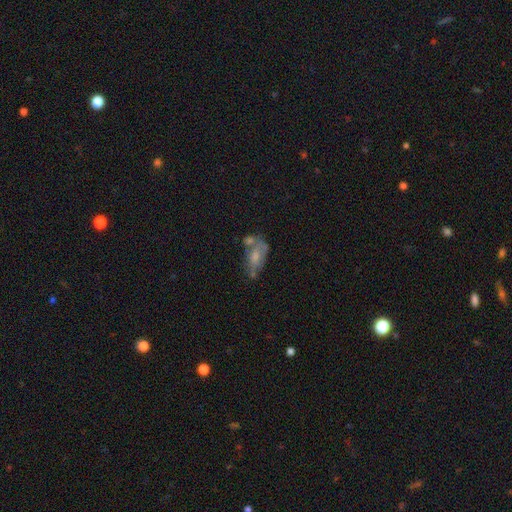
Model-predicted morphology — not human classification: smooth_or_featured: featured or disk (p=0.47) [alt: smooth p=0.44]
merging: none (p=0.35) [alt: merger p=0.26]